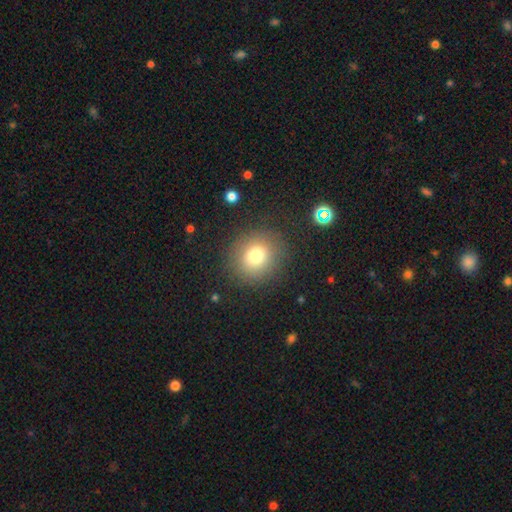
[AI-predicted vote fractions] Smooth or featured? smooth (75%)
How rounded? round (84%)
Merging? none (86%)